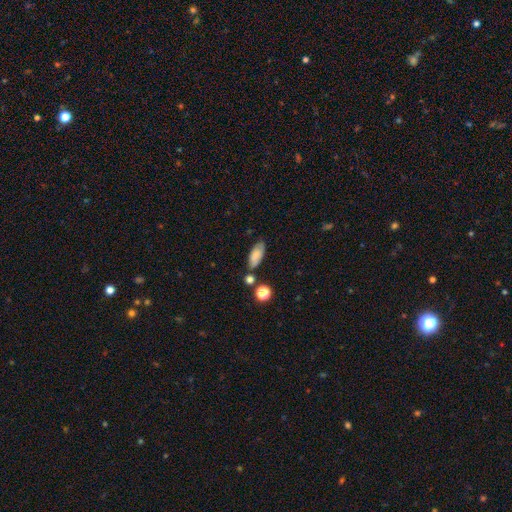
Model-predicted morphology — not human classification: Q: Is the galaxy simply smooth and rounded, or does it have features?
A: smooth — 76%.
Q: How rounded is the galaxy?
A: in between — 82%.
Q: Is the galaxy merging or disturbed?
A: none — 68%.